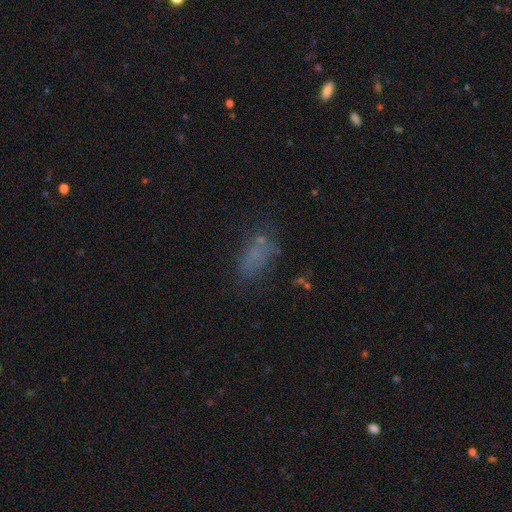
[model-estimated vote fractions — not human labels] A smooth galaxy with no disk features (62%) that is in between round and cigar-shaped (84%). Merging: none (56%).